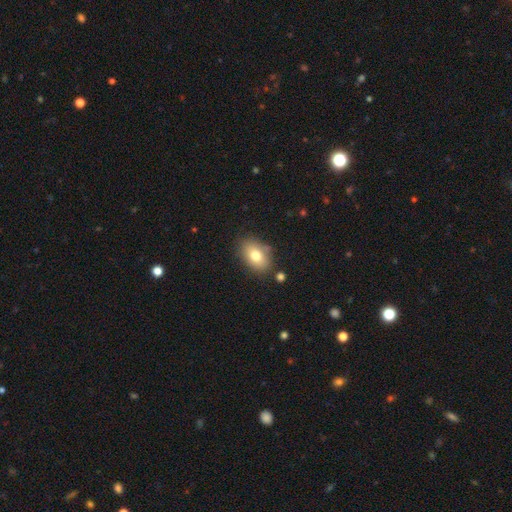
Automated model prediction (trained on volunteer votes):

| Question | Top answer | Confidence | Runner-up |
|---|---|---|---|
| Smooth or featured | smooth | 77% | featured or disk (14%) |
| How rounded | in between | 85% | round (14%) |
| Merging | none | 77% | minor disturbance (15%) |